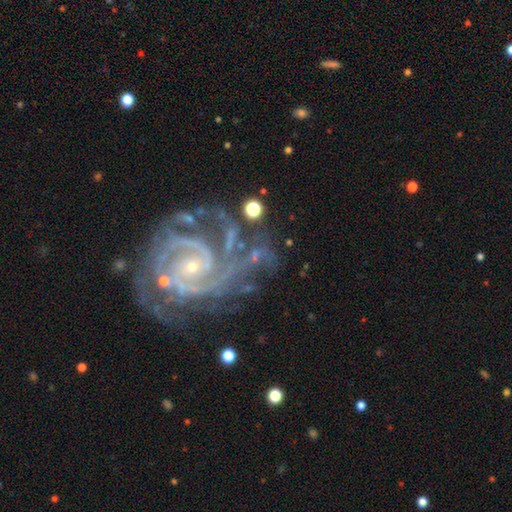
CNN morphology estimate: A featured or disk galaxy (91%) with no bar (63%), 2 (38%) tight (64%) spiral arms (99%) and a small central bulge (81%). Merging: none (56%).